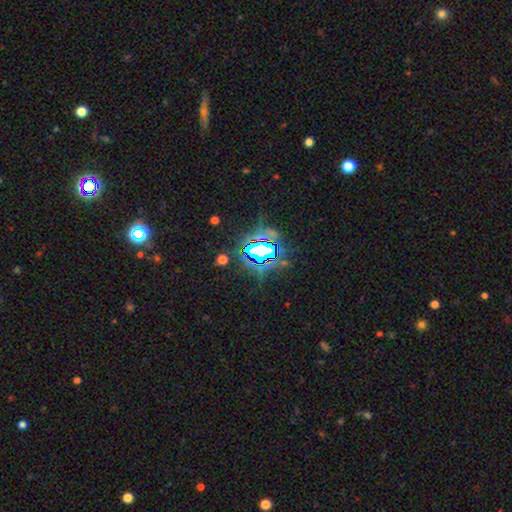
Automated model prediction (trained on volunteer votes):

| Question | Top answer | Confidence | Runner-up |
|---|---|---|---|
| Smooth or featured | star or artifact | 78% | smooth (12%) |